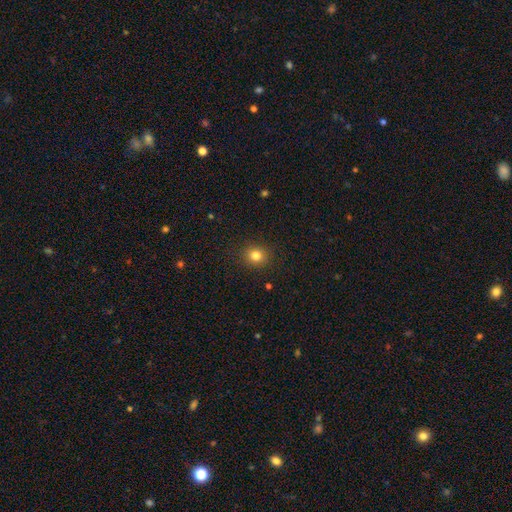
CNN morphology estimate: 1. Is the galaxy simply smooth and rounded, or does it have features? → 82% smooth, 12% star or artifact, 6% featured or disk.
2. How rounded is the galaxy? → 80% round, 19% in between, 1% cigar-shaped.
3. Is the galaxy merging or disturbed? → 90% none, 7% minor disturbance, 2% major disturbance, 1% merger.